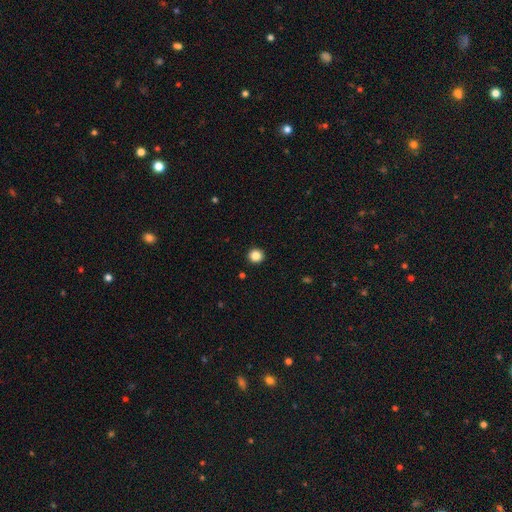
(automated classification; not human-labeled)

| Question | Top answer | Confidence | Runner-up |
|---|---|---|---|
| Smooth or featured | smooth | 85% | star or artifact (11%) |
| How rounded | round | 95% | in between (4%) |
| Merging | none | 94% | minor disturbance (4%) |